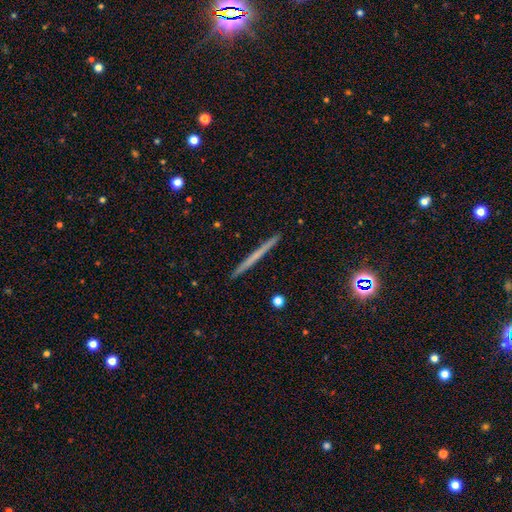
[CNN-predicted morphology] Overall: featured or disk (47%; smooth 45%). Merging: none (93%).